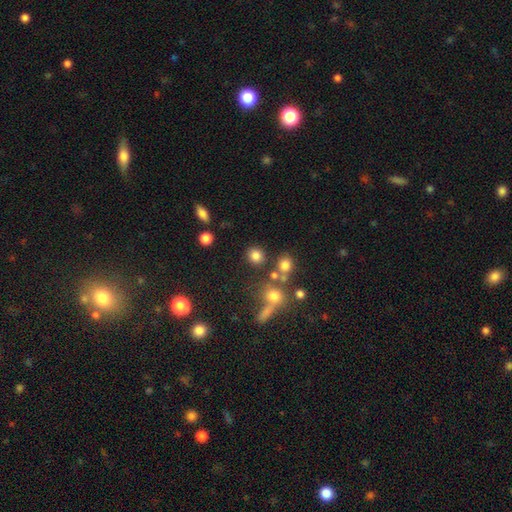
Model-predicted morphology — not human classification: smooth-or-featured: smooth: 79% | star or artifact: 14% | featured or disk: 7%
  how-rounded: round: 86% | in between: 13% | cigar-shaped: 1%
  merging: none: 78% | merger: 9% | minor disturbance: 9% | major disturbance: 4%